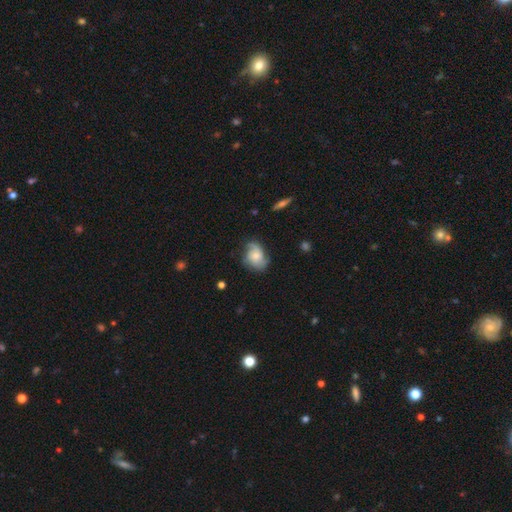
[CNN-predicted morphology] Q: Smooth or featured?
A: featured or disk (56%); runner-up: smooth (36%)
Q: Edge-on disk?
A: no (96%); runner-up: yes (4%)
Q: Bar?
A: no (75%); runner-up: weak (22%)
Q: Spiral arms?
A: yes (89%); runner-up: no (11%)
Q: Bulge size?
A: small (42%); runner-up: moderate (41%)
Q: Merging?
A: none (62%); runner-up: minor disturbance (26%)